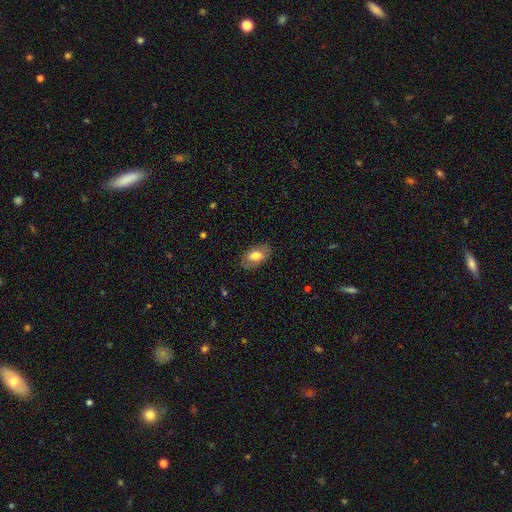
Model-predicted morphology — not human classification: This appears to be a smooth galaxy with no disk features (72%) that is in between round and cigar-shaped (91%). Merging: none (79%).